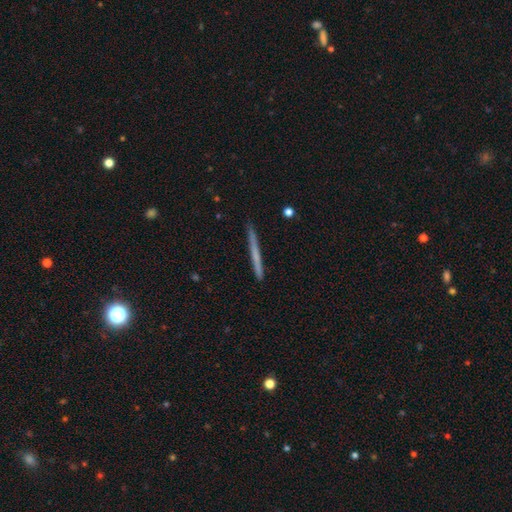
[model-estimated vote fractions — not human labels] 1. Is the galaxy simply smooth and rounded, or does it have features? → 53% smooth, 41% featured or disk, 6% star or artifact.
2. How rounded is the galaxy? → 97% cigar-shaped, 2% in between, 1% round.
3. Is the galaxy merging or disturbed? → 90% none, 8% minor disturbance, 1% major disturbance, 1% merger.